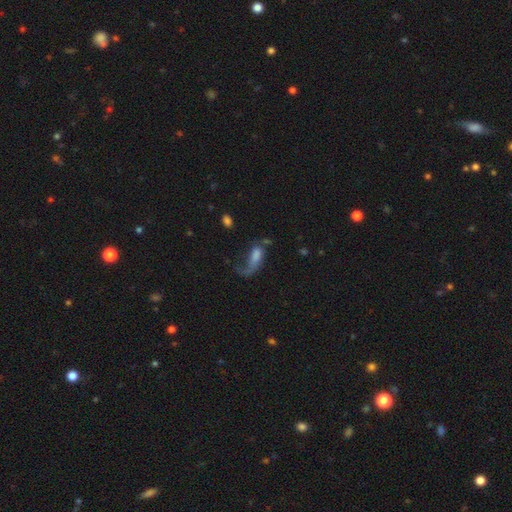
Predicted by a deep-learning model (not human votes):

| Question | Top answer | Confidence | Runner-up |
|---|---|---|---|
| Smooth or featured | featured or disk | 54% | smooth (32%) |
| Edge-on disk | no | 87% | yes (13%) |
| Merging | major disturbance | 41% | none (34%) |